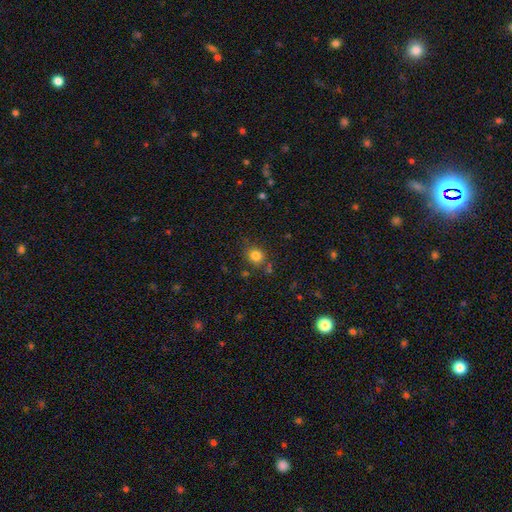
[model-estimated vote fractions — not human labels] Smooth or featured? smooth (82%)
How rounded? round (76%)
Merging? none (75%)